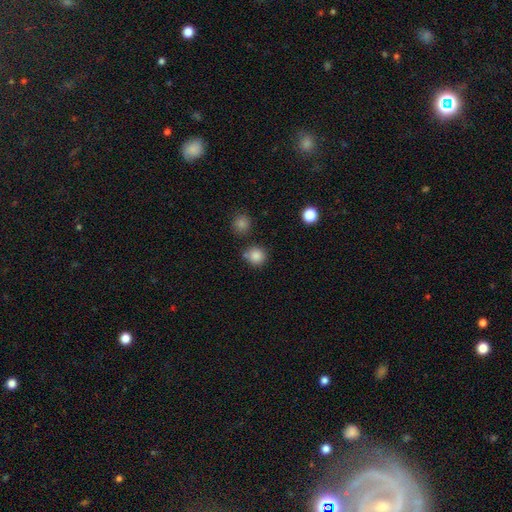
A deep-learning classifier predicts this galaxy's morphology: The model was most divided on "merging": none: 75%, merger: 11%, minor disturbance: 10%, major disturbance: 3%. More confident: how rounded — round (91%); smooth or featured — smooth (85%).